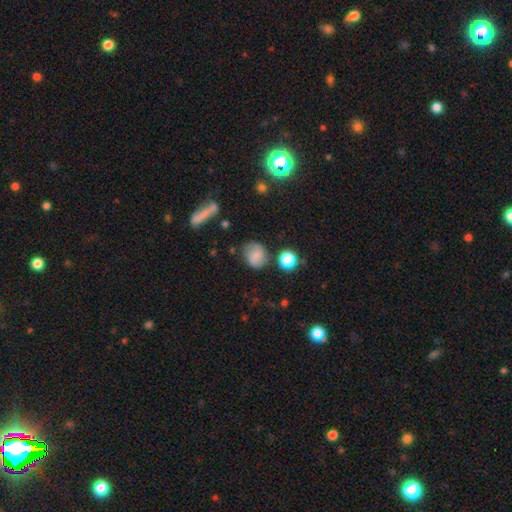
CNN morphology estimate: A smooth galaxy with no disk features (64%) that is round (65%). Merging: none (66%).